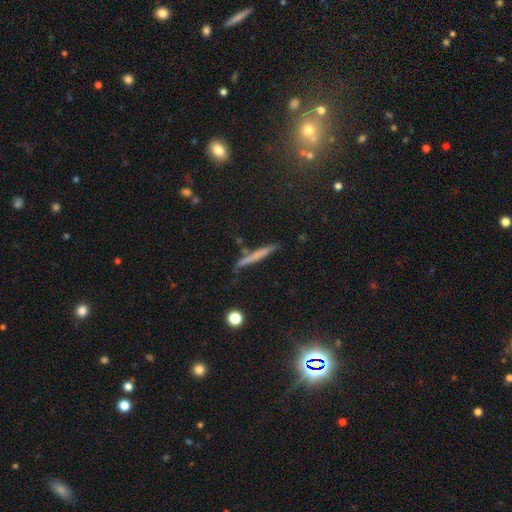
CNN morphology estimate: A smooth galaxy with no disk features (53%) that is cigar-shaped (94%). Merging: none (80%).